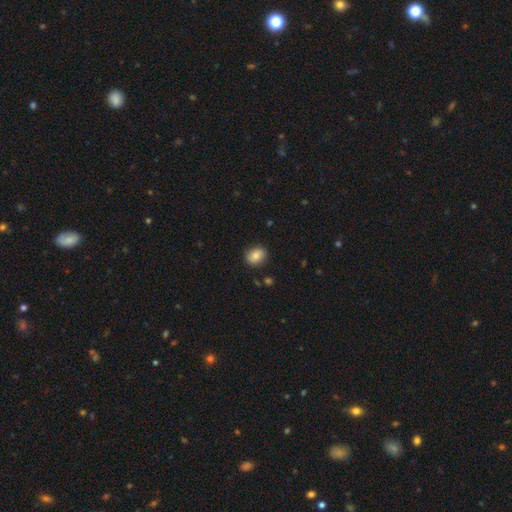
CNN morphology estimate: A smooth galaxy with no disk features (81%) that is round (51%).

Vote fractions:
- Smooth or featured? smooth: 81% / featured or disk: 10% / star or artifact: 9%
- How rounded? round: 51% / in between: 48% / cigar-shaped: 1%
- Merging? none: 86% / minor disturbance: 10% / major disturbance: 2% / merger: 1%